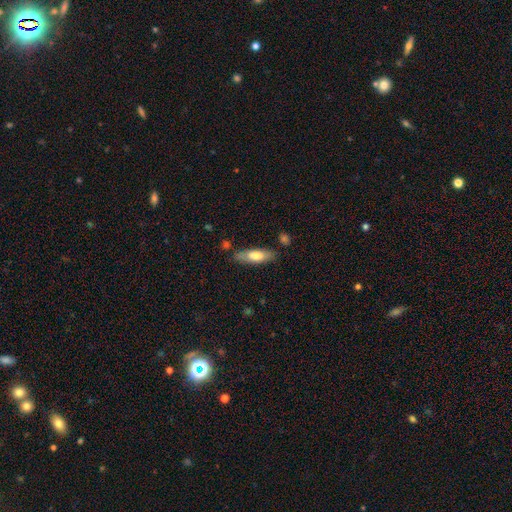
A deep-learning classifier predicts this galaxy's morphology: Smooth or featured? smooth (69%)
How rounded? in between (52%)
Merging? none (78%)